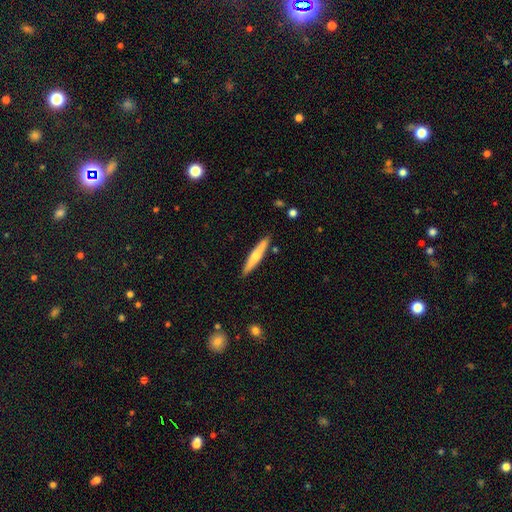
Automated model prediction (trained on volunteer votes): Overall: smooth (52%; featured or disk 42%). How rounded: cigar-shaped (92%). Merging: none (88%).